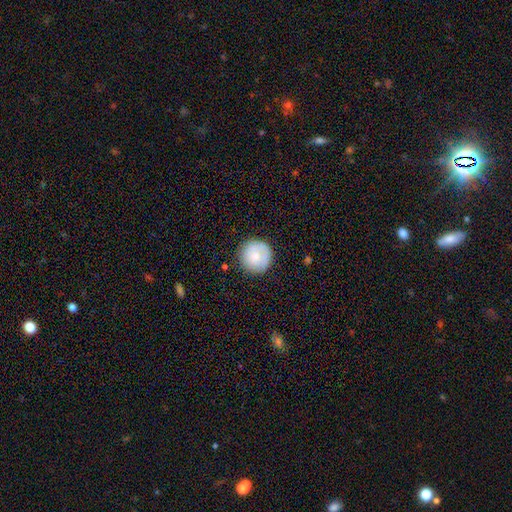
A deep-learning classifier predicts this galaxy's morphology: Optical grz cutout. It shows a smooth galaxy with no disk features (72%) that is round (96%). Merging: none (85%).